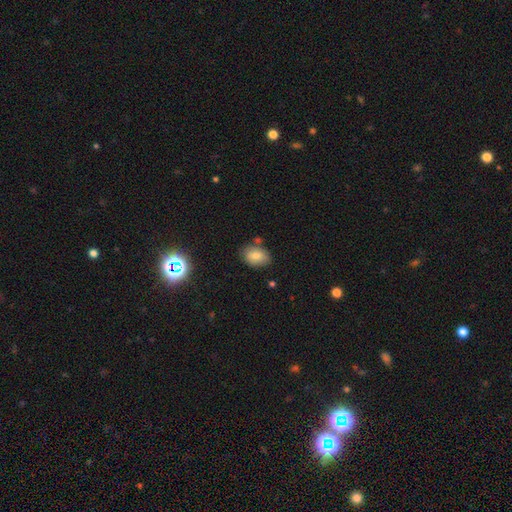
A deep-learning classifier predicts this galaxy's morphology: smooth_or_featured: smooth (p=0.77) [alt: featured or disk p=0.13]
how_rounded: in between (p=0.81) [alt: round p=0.17]
merging: none (p=0.74) [alt: minor disturbance p=0.17]